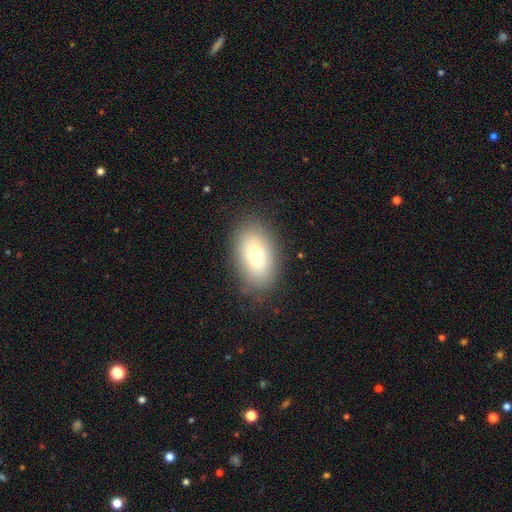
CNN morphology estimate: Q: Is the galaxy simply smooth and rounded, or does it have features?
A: smooth — 74%.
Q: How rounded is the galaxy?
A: in between — 88%.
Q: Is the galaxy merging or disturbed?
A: none — 84%.